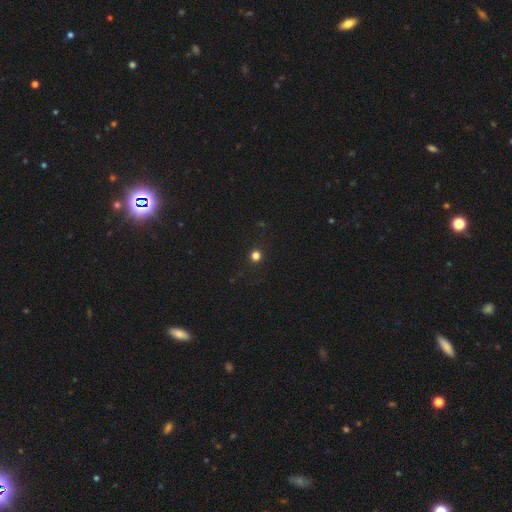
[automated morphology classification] Smooth or featured? Predicted: smooth (p=0.79). How rounded? Predicted: round (p=0.93). Merging? Predicted: none (p=0.91).